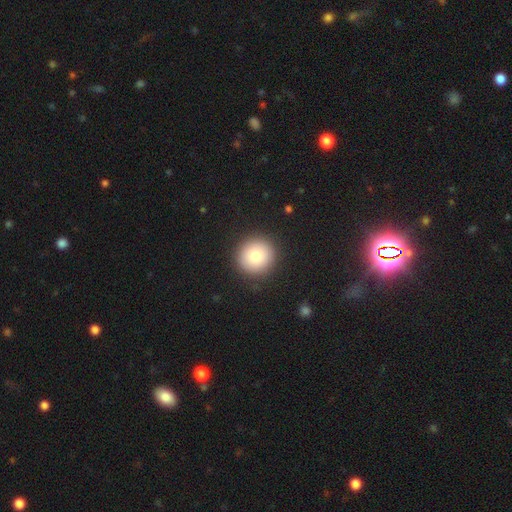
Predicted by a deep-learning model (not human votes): smooth_or_featured: smooth (p=0.80) [alt: featured or disk p=0.11]
how_rounded: round (p=0.94) [alt: in between p=0.05]
merging: none (p=0.91) [alt: minor disturbance p=0.06]